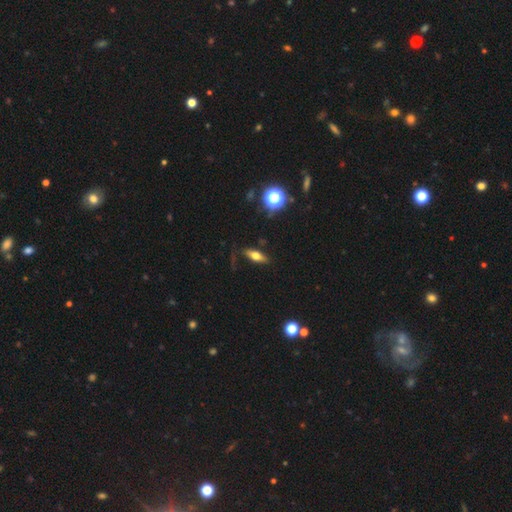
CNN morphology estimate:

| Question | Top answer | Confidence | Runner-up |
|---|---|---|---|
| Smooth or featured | smooth | 56% | featured or disk (34%) |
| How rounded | in between | 59% | cigar-shaped (35%) |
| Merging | none | 78% | minor disturbance (15%) |